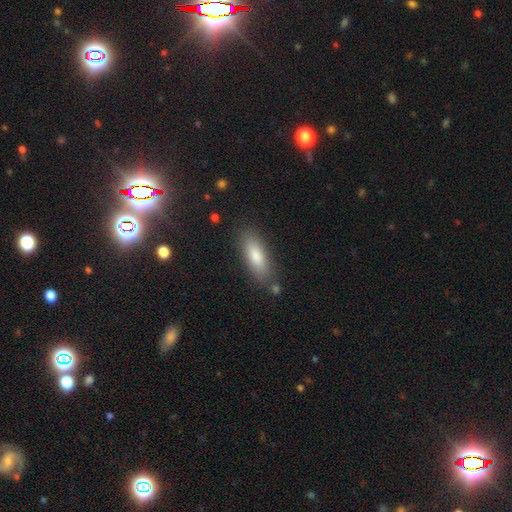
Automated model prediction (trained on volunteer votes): Smooth or featured?
  - smooth: 80% *
  - featured or disk: 13%
  - star or artifact: 8%
How rounded?
  - in between: 66% *
  - cigar-shaped: 31%
  - round: 2%
Merging?
  - none: 82% *
  - minor disturbance: 12%
  - merger: 3%
  - major disturbance: 3%